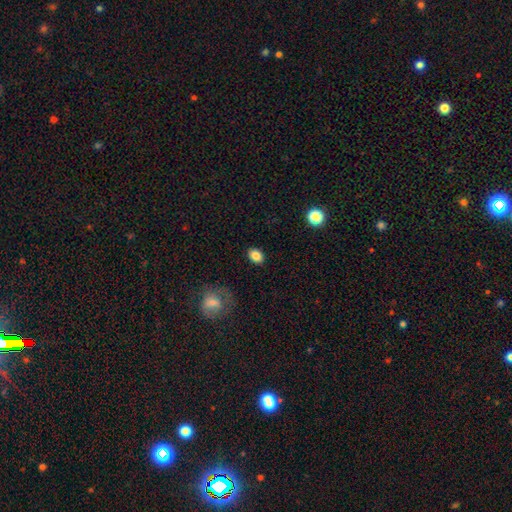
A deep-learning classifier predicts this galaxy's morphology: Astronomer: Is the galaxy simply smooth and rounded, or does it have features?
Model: smooth — 84%.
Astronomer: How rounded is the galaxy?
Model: in between — 72%.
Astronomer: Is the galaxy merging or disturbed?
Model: none — 87%.